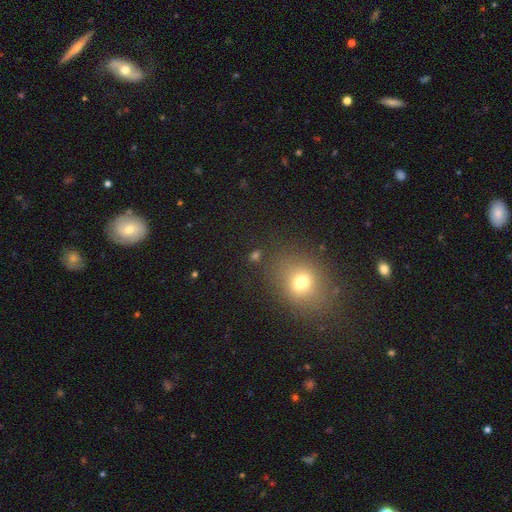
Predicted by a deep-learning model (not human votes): Smooth or featured? smooth (61%)
How rounded? round (63%)
Merging? none (76%)